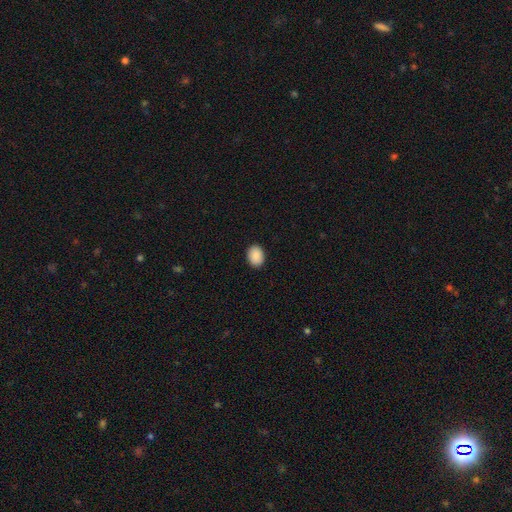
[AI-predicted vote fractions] Overall: smooth (90%). How rounded: in between (64%; round 35%). Merging: none (91%).